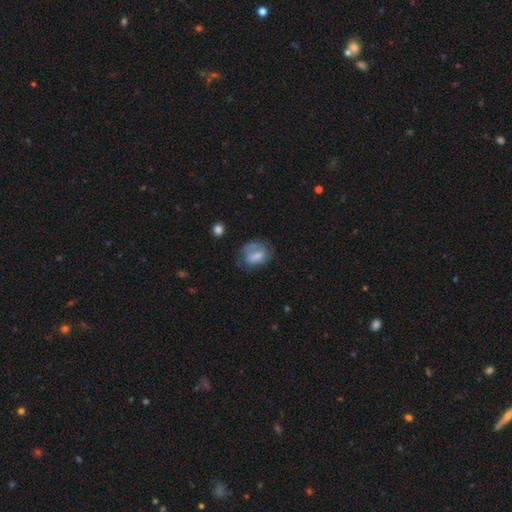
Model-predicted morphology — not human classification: Overall: smooth (55%; featured or disk 36%). How rounded: in between (66%; round 32%). Merging: none (45%; minor disturbance 28%).